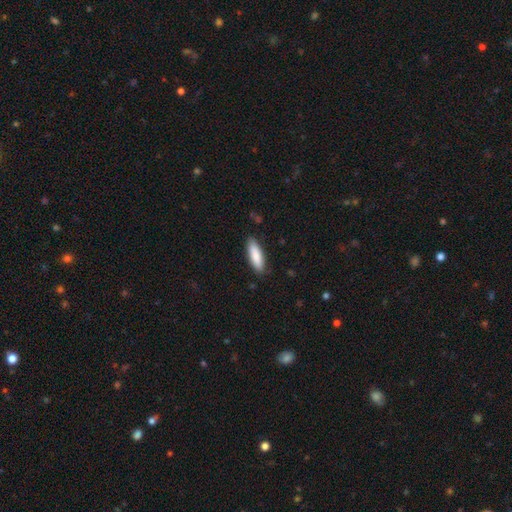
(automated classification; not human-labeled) smooth_or_featured: smooth (p=0.85) [alt: featured or disk p=0.09]
how_rounded: in between (p=0.50) [alt: cigar-shaped p=0.48]
merging: none (p=0.85) [alt: minor disturbance p=0.11]